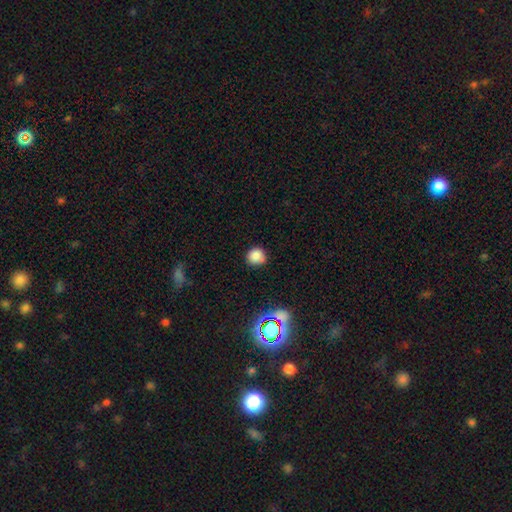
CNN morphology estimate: A smooth galaxy with no disk features (82%) that is round (91%). Merging: none (81%).